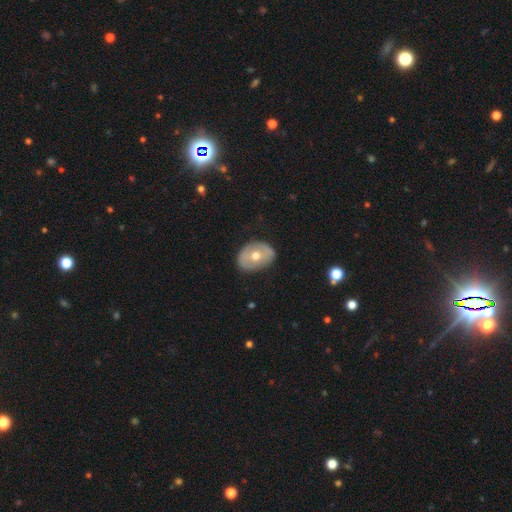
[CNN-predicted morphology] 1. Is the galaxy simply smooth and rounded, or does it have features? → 47% smooth, 46% featured or disk, 7% star or artifact.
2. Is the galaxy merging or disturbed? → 78% none, 17% minor disturbance, 4% major disturbance, 1% merger.